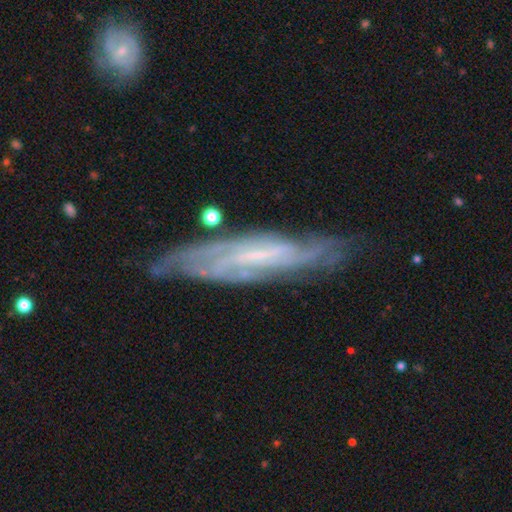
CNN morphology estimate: Smooth or featured: featured or disk — 78% (smooth — 14%)
Edge-on disk: no — 66% (yes — 34%)
Bar: weak — 41% (no — 35%)
Spiral arms: yes — 90% (no — 10%)
Bulge size: small — 60% (none — 22%)
Merging: none — 70% (minor disturbance — 20%)